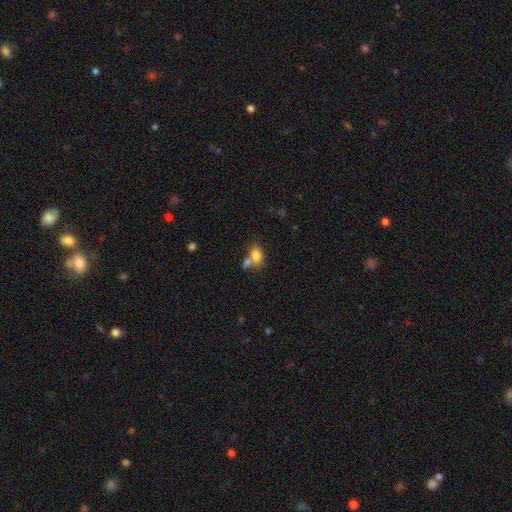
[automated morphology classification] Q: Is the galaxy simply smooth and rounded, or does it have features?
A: smooth — 81%.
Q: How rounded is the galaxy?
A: in between — 81%.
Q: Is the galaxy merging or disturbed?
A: none — 43%.